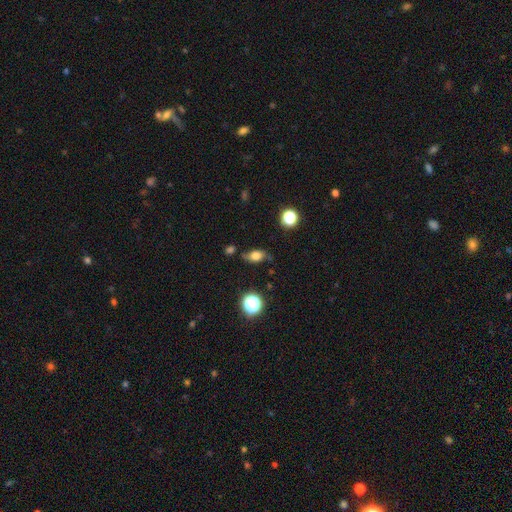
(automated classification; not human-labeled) Smooth or featured? smooth (73%)
How rounded? in between (78%)
Merging? none (67%)